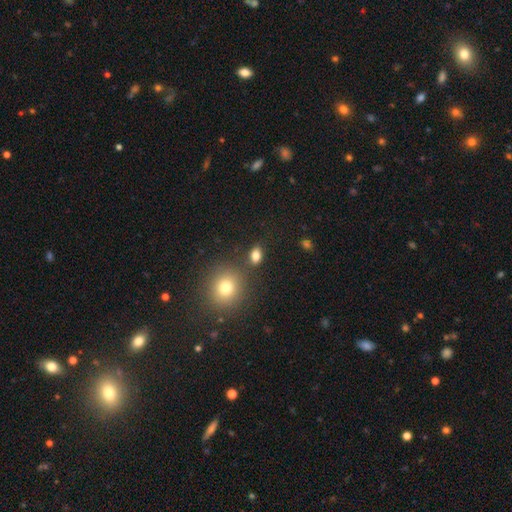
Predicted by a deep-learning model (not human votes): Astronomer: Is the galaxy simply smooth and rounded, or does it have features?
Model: smooth — 81%.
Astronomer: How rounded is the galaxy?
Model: in between — 78%.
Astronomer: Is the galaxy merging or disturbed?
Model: none — 77%.